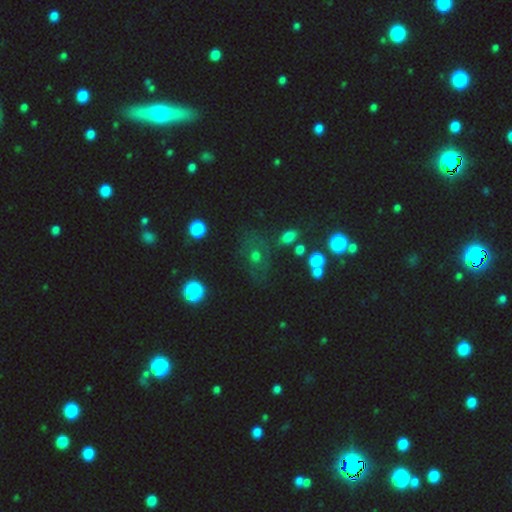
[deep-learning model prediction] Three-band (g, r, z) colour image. It shows a star or artifact, not a galaxy (46%).